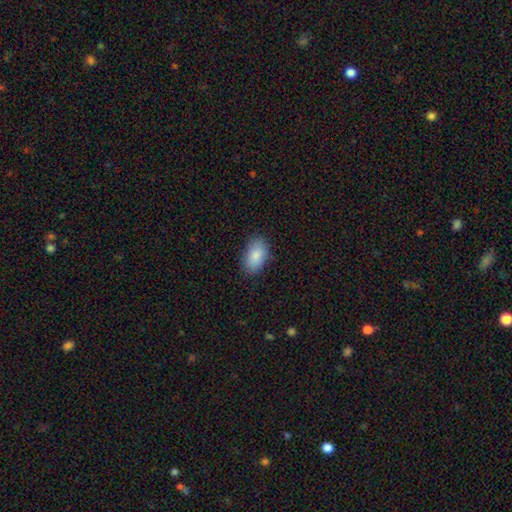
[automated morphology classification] Smooth or featured? Predicted: smooth (p=0.87). How rounded? Predicted: in between (p=0.93). Merging? Predicted: none (p=0.85).